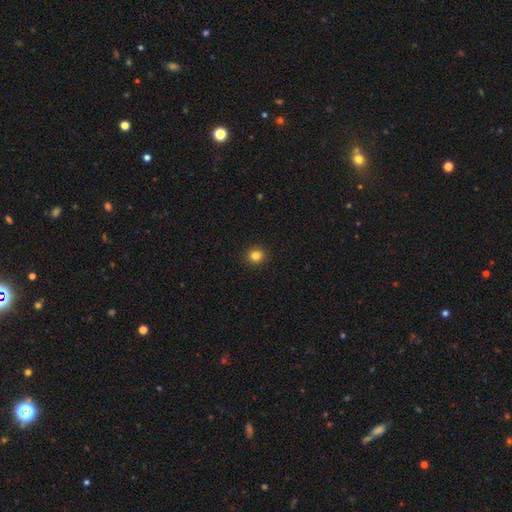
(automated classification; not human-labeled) Smooth or featured: smooth — 82% (star or artifact — 12%)
How rounded: round — 90% (in between — 9%)
Merging: none — 93% (minor disturbance — 4%)